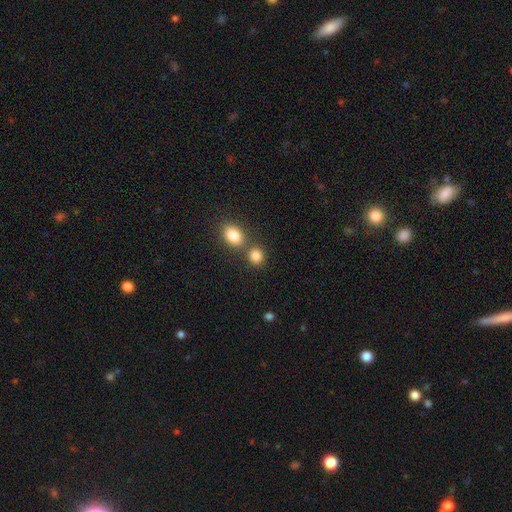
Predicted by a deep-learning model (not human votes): smooth_or_featured: smooth (p=0.84) [alt: star or artifact p=0.10]
how_rounded: round (p=0.69) [alt: in between p=0.30]
merging: none (p=0.60) [alt: merger p=0.29]